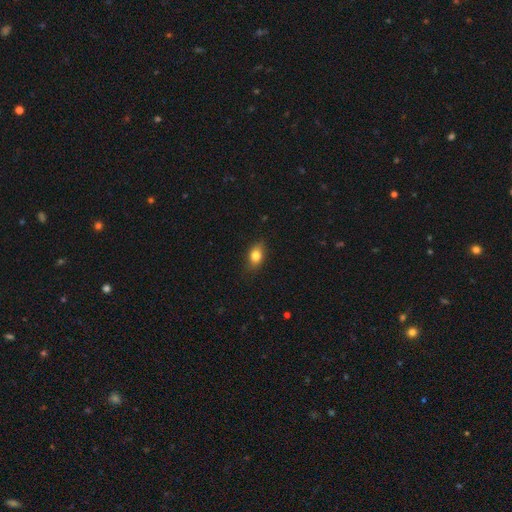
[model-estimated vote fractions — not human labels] smooth_or_featured: smooth (p=0.81) [alt: featured or disk p=0.11]
how_rounded: in between (p=0.78) [alt: round p=0.18]
merging: none (p=0.82) [alt: minor disturbance p=0.14]